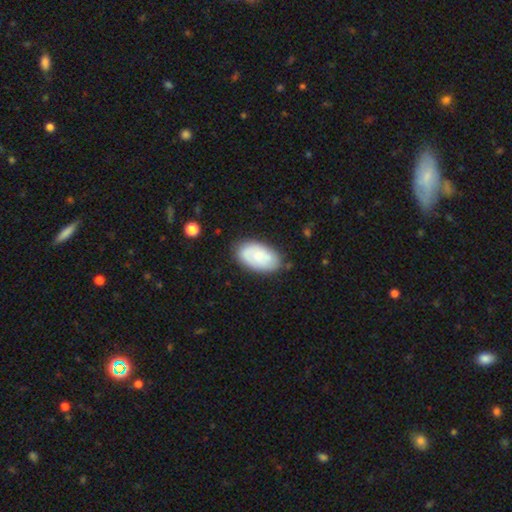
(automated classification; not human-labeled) Smooth or featured? Predicted: smooth (p=0.60). How rounded? Predicted: in between (p=0.94). Merging? Predicted: none (p=0.75).